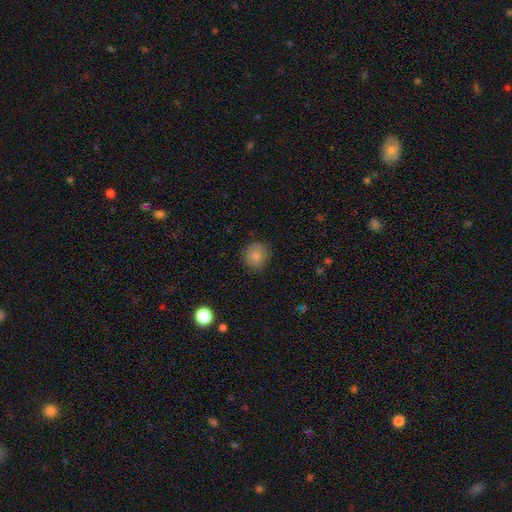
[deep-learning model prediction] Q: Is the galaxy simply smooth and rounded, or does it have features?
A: smooth — 82%.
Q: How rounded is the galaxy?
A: round — 87%.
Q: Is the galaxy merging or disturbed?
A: none — 83%.